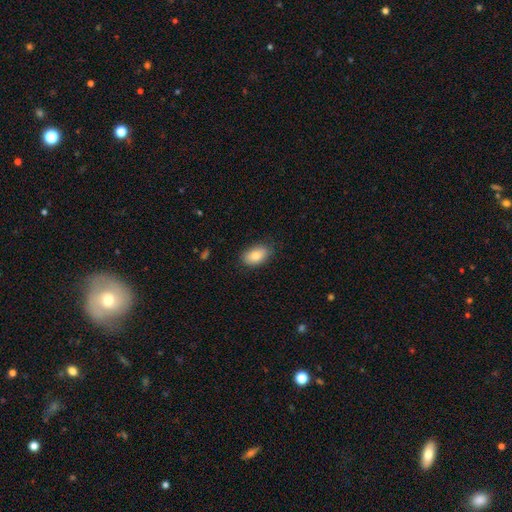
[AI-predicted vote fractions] Q: Smooth or featured?
A: smooth (85%); runner-up: featured or disk (8%)
Q: How rounded?
A: in between (91%); runner-up: round (7%)
Q: Merging?
A: none (83%); runner-up: minor disturbance (13%)